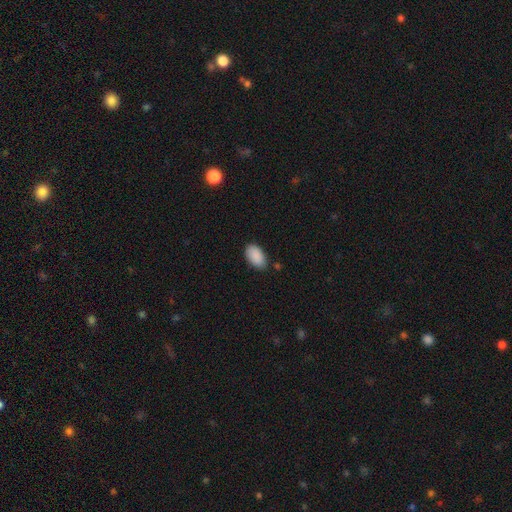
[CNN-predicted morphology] Smooth or featured? smooth (90%)
How rounded? in between (94%)
Merging? none (80%)